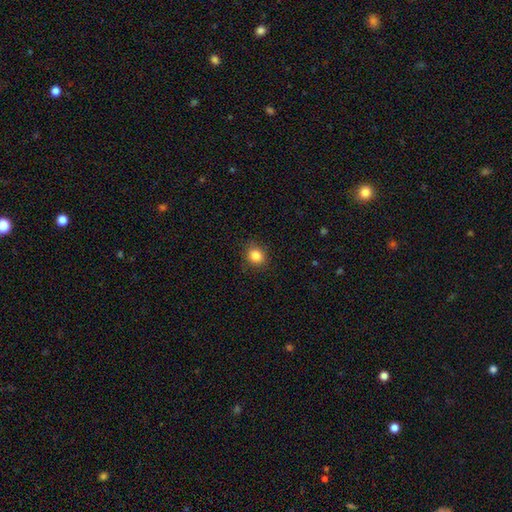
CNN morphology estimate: A smooth galaxy with no disk features (85%) that is round (76%).

Vote fractions:
- Smooth or featured? smooth: 85% / star or artifact: 11% / featured or disk: 5%
- How rounded? round: 76% / in between: 24% / cigar-shaped: 1%
- Merging? none: 87% / minor disturbance: 10% / major disturbance: 3% / merger: 1%